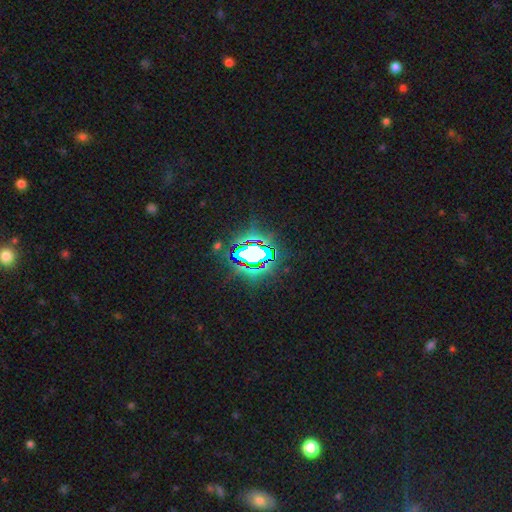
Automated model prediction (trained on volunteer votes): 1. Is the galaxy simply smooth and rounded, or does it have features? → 70% star or artifact, 17% smooth, 13% featured or disk.